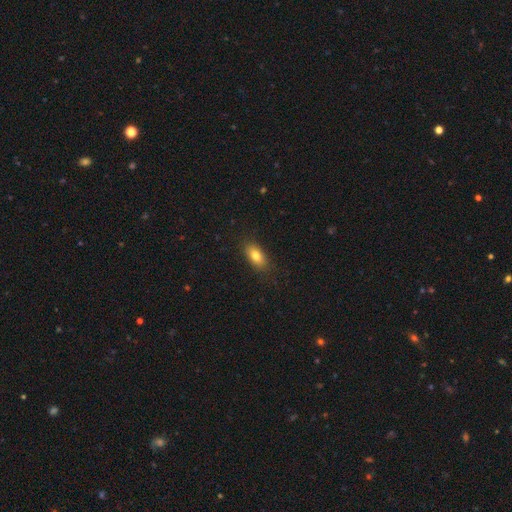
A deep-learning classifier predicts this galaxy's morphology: Overall: smooth (80%). How rounded: in between (87%). Merging: none (85%).